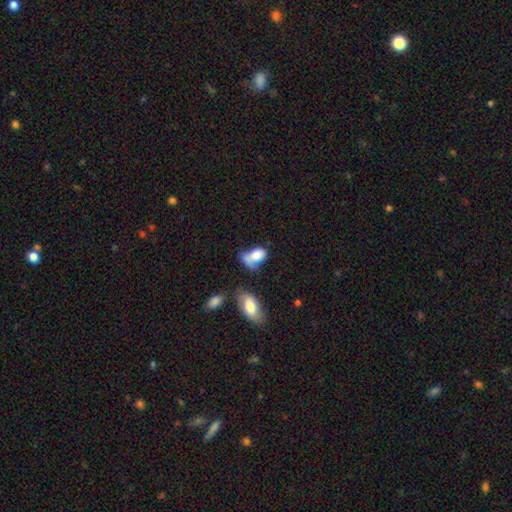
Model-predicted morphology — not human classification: This is likely a smooth galaxy (76%). How rounded: clearly in between (83%). Merging: marginally merger (35%).